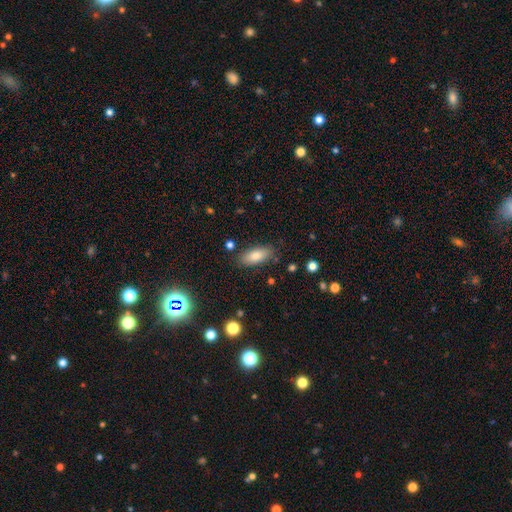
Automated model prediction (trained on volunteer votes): Smooth or featured?
  - smooth: 80% *
  - featured or disk: 12%
  - star or artifact: 8%
How rounded?
  - in between: 82% *
  - cigar-shaped: 15%
  - round: 3%
Merging?
  - none: 83% *
  - minor disturbance: 12%
  - major disturbance: 3%
  - merger: 2%